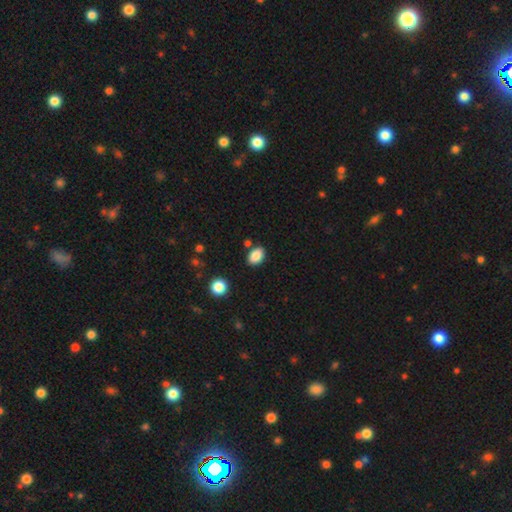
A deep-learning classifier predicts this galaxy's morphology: This appears to be a smooth galaxy with no disk features (87%) that is in between round and cigar-shaped (83%). Merging: none (82%).